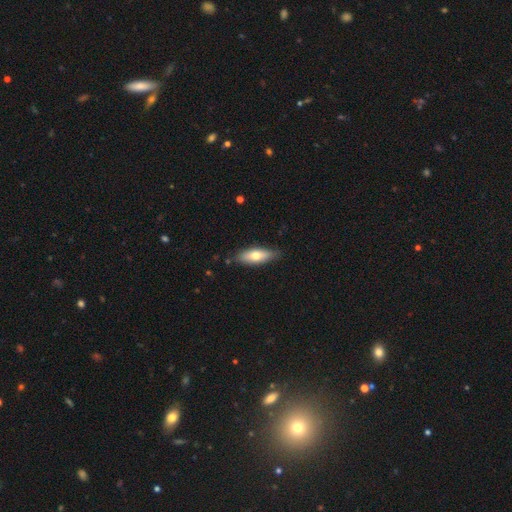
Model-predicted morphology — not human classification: A smooth galaxy with no disk features (65%) that is in between round and cigar-shaped (66%). Merging: none (81%).